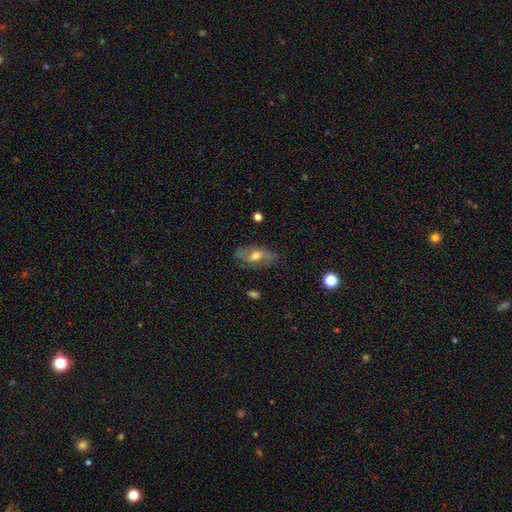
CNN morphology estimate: Smooth or featured? featured or disk (59%)
Edge-on disk? no (86%)
Bar? no (49%)
Spiral arms? yes (74%)
Bulge size? moderate (70%)
Merging? none (74%)